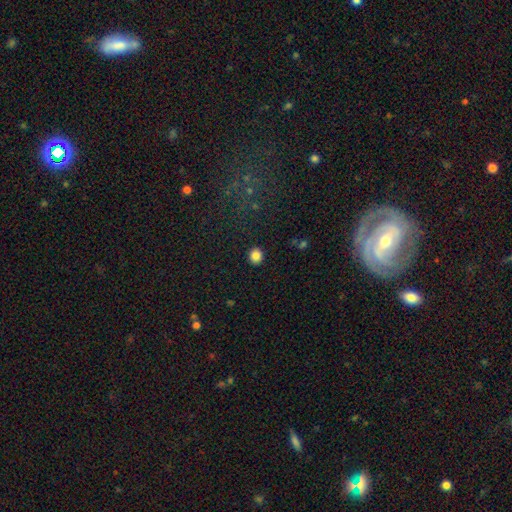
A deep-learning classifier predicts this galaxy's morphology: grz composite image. It shows a smooth galaxy with no disk features (85%) that is round (82%). Merging: none (92%).